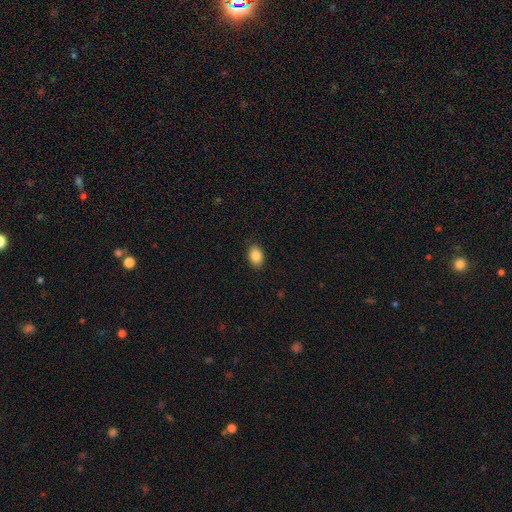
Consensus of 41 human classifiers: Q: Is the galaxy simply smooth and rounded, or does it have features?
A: smooth — 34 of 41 (83%).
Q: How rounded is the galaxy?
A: in between — 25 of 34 (74%).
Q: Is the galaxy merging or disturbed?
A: none — 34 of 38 (89%).